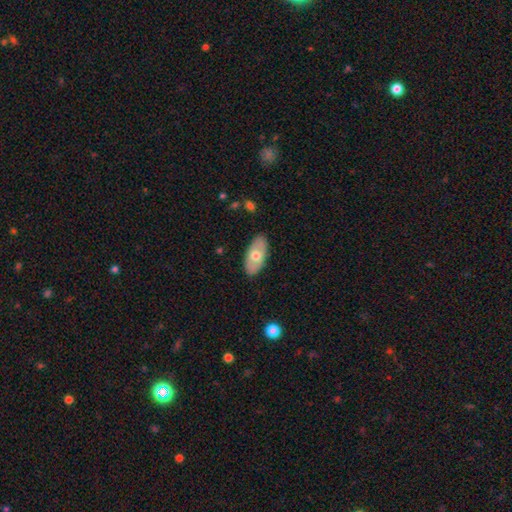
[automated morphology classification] Q: Smooth or featured?
A: smooth (61%); runner-up: featured or disk (34%)
Q: How rounded?
A: in between (93%); runner-up: cigar-shaped (4%)
Q: Merging?
A: none (86%); runner-up: minor disturbance (11%)